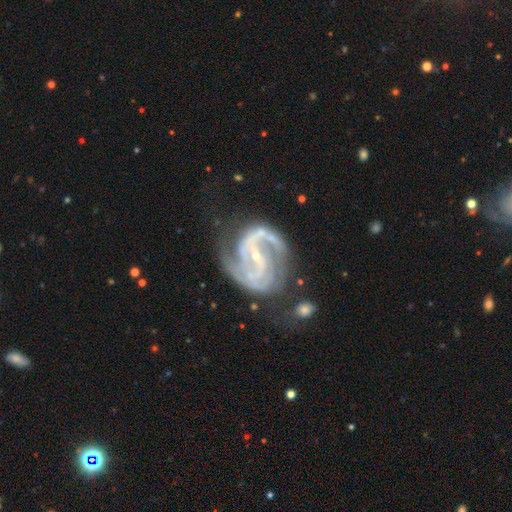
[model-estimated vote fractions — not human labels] Smooth or featured? Predicted: featured or disk (p=0.91). Edge-on disk? Predicted: no (p=0.98). Bar? Predicted: strong (p=0.42). Spiral arms? Predicted: yes (p=0.98). Spiral winding? Predicted: medium (p=0.56). Spiral arm count? Predicted: 2 (p=0.87). Bulge size? Predicted: small (p=0.81). Merging? Predicted: none (p=0.55).